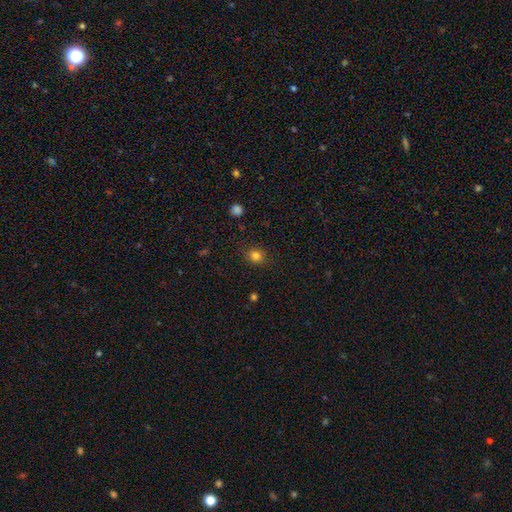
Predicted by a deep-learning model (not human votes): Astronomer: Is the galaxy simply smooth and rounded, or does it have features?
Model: smooth — 81%.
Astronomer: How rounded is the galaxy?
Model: round — 72%.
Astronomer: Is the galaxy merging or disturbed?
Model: none — 85%.